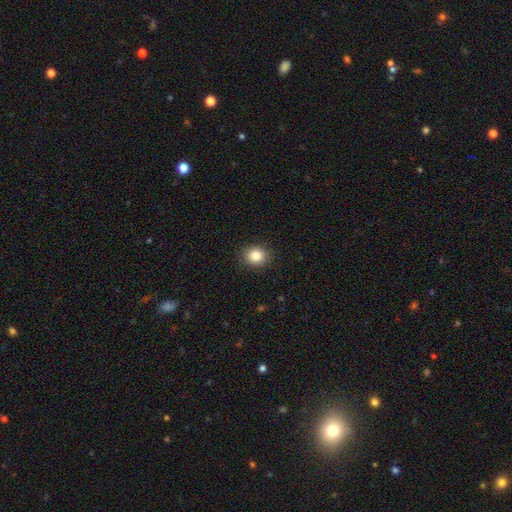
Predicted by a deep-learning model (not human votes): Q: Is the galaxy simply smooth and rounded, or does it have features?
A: smooth — 85%.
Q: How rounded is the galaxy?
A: round — 71%.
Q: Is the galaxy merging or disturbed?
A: none — 90%.